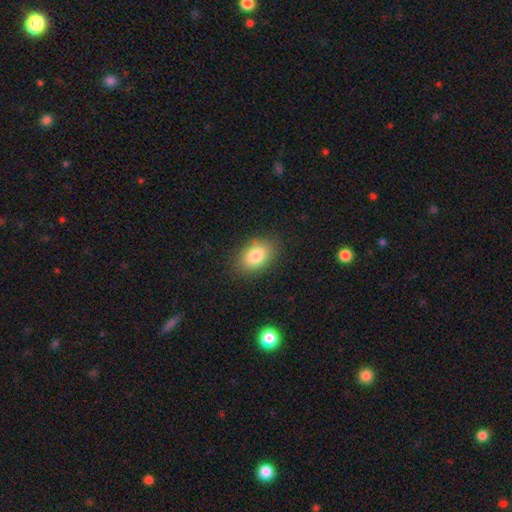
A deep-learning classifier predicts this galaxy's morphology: type=smooth (82%); roundness=in between (84%); merging=none (84%).